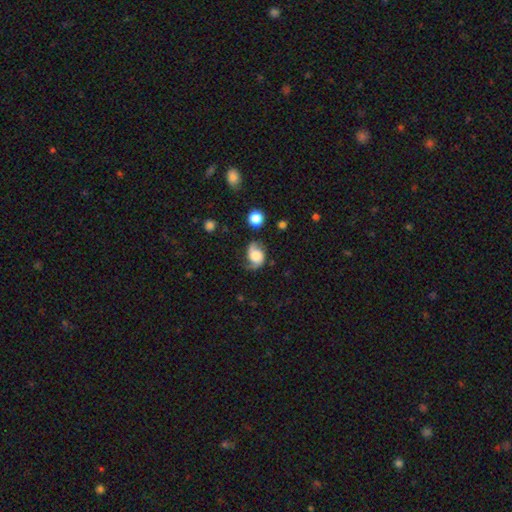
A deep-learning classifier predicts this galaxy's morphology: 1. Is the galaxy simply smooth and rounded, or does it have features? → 58% featured or disk, 33% smooth, 9% star or artifact.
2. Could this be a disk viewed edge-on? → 97% no, 3% yes.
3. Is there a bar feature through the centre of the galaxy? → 69% no, 26% weak, 6% strong.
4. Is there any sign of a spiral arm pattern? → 91% yes, 9% no.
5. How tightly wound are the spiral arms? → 45% loose, 39% medium, 16% tight.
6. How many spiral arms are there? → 84% 2, 8% 1, 5% can't tell, 1% 3, 1% 4, 1% more than 4.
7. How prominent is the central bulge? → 40% large, 22% moderate, 15% dominant, 12% none, 10% small.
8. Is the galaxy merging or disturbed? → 58% none, 27% minor disturbance, 12% major disturbance, 3% merger.